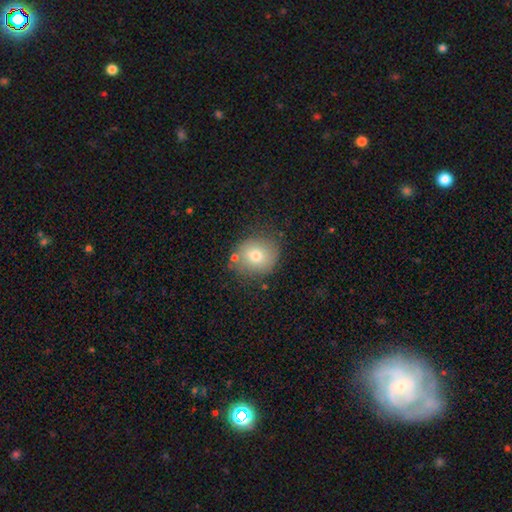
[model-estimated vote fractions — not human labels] Smooth or featured? Predicted: smooth (p=0.74). How rounded? Predicted: round (p=0.80). Merging? Predicted: none (p=0.76).